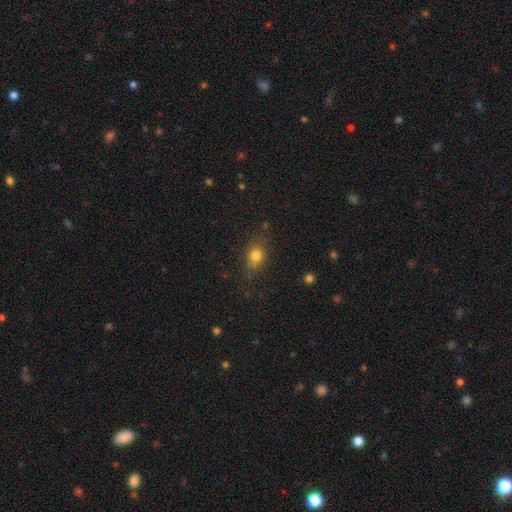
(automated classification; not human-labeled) Smooth or featured? smooth (78%)
How rounded? in between (57%)
Merging? none (74%)